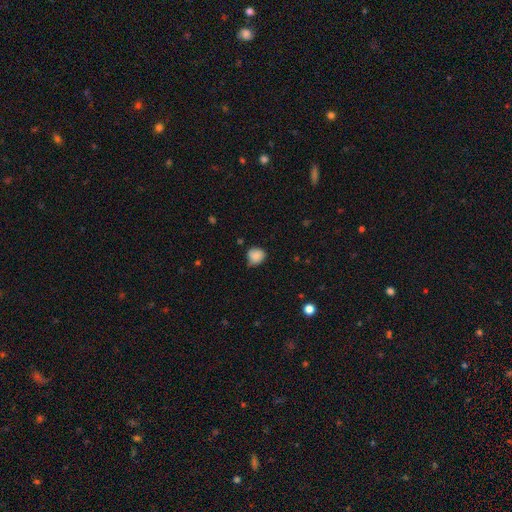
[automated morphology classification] type=smooth (84%); roundness=round (79%); merging=none (59%).